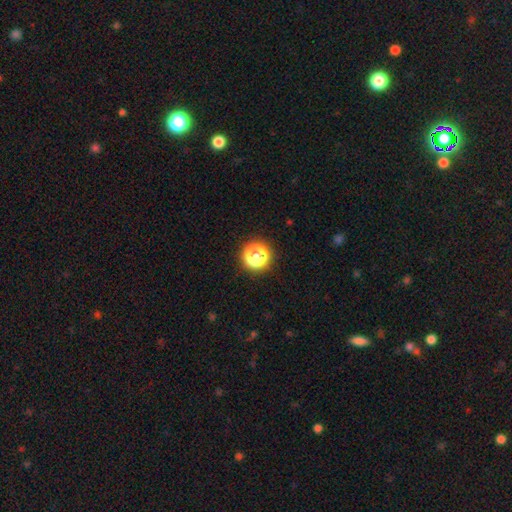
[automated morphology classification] A smooth galaxy with no disk features (63%) that is round (93%).

Vote fractions:
- Smooth or featured? smooth: 63% / star or artifact: 29% / featured or disk: 8%
- How rounded? round: 93% / in between: 6% / cigar-shaped: 1%
- Merging? none: 85% / minor disturbance: 8% / major disturbance: 4% / merger: 2%